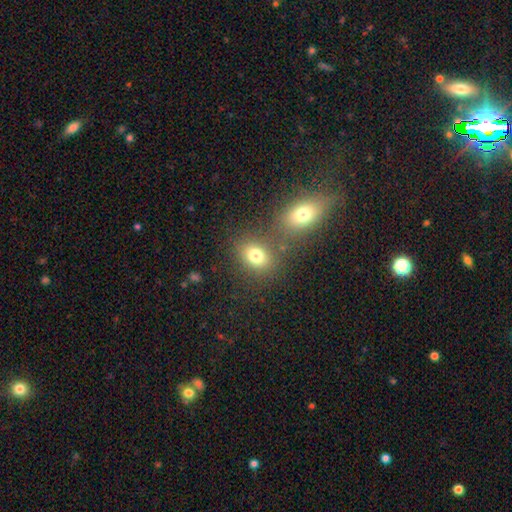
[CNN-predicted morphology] A smooth galaxy with no disk features (78%) that is in between round and cigar-shaped (56%).

Vote fractions:
- Smooth or featured? smooth: 78% / star or artifact: 13% / featured or disk: 9%
- How rounded? in between: 56% / round: 43% / cigar-shaped: 1%
- Merging? none: 62% / merger: 23% / minor disturbance: 10% / major disturbance: 5%